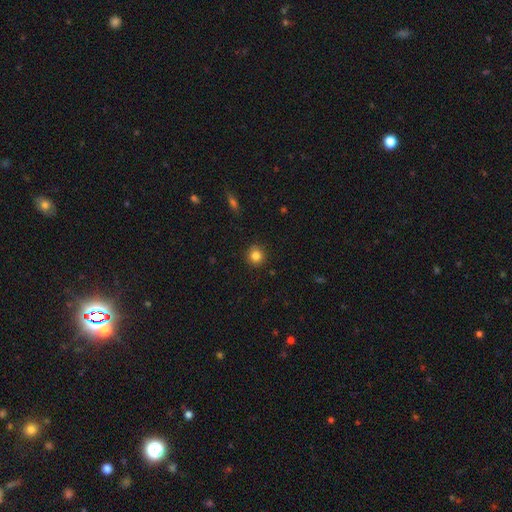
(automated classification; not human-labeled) smooth-or-featured: smooth: 84% | star or artifact: 11% | featured or disk: 5%
  how-rounded: round: 92% | in between: 7% | cigar-shaped: 1%
  merging: none: 91% | minor disturbance: 6% | major disturbance: 2% | merger: 1%